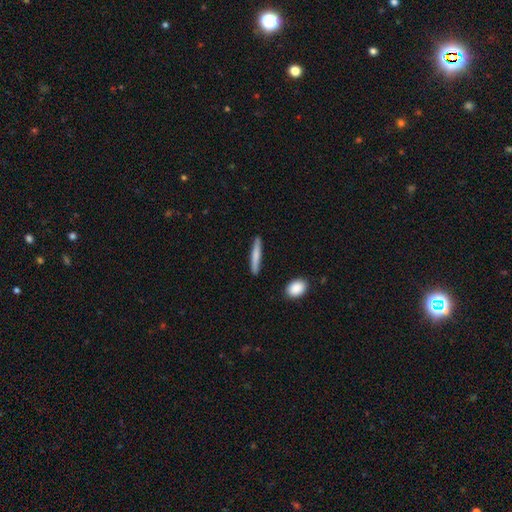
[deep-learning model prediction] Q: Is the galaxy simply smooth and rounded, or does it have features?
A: smooth — 72%.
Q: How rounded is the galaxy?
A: cigar-shaped — 93%.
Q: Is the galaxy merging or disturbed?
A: none — 87%.